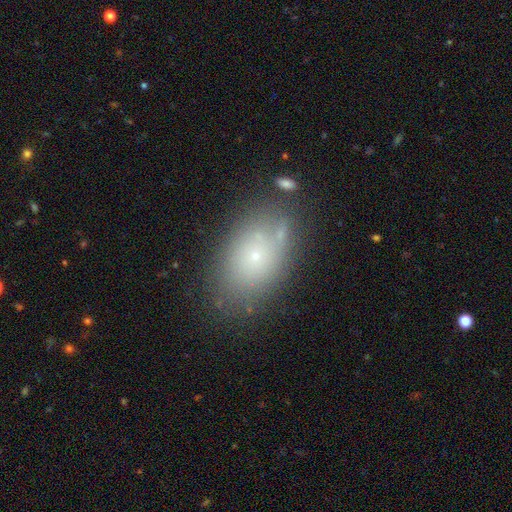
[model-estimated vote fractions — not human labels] Smooth or featured? smooth (60%)
How rounded? in between (82%)
Merging? none (72%)